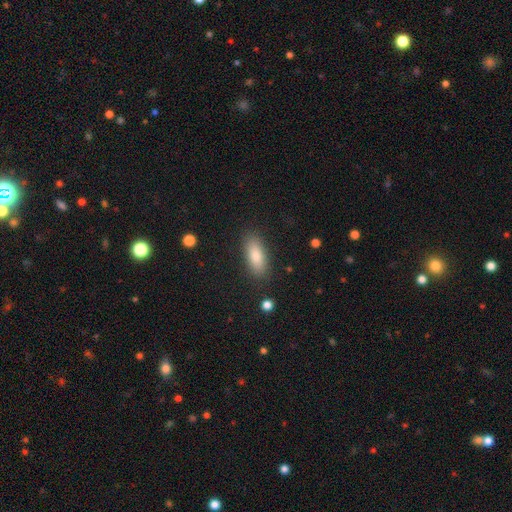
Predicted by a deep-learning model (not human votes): Morphology: type=smooth (82%); roundness=in between (72%); merging=none (87%).